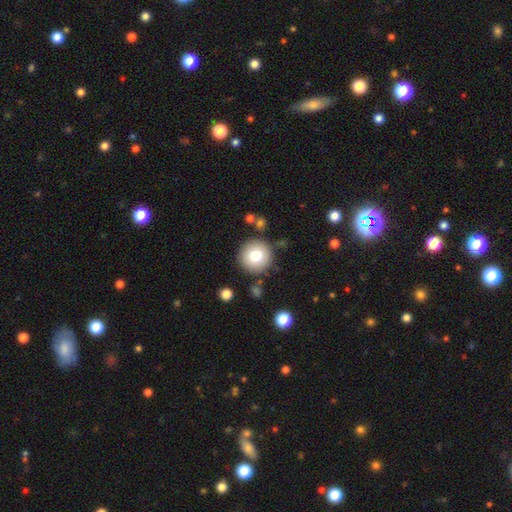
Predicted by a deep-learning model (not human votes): Overall: smooth (78%). How rounded: round (96%). Merging: none (86%).